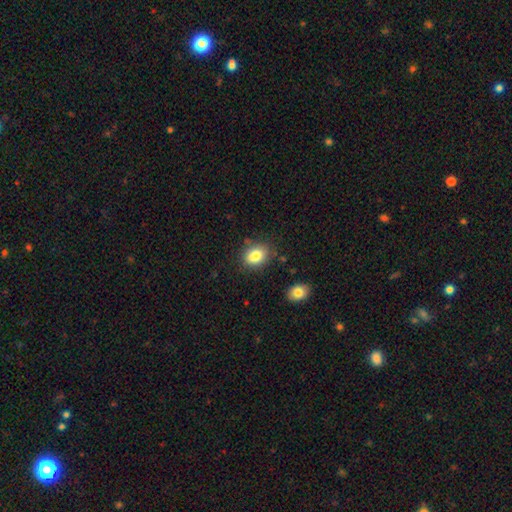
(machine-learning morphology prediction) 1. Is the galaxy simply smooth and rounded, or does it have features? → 84% smooth, 9% star or artifact, 8% featured or disk.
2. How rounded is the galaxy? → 73% in between, 26% round, 1% cigar-shaped.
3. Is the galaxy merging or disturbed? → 78% none, 14% minor disturbance, 4% merger, 4% major disturbance.